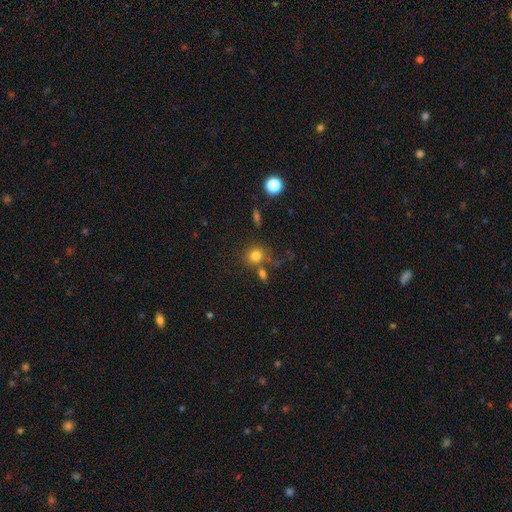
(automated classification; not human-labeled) Overall: smooth (78%). How rounded: round (77%). Merging: none (64%).